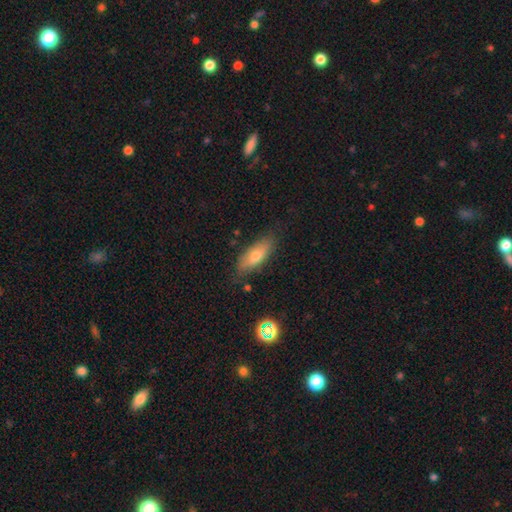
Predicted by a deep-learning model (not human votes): The model was most divided on "how rounded": in between: 66%, cigar-shaped: 31%, round: 3%. More confident: merging — none (78%); smooth or featured — smooth (69%).